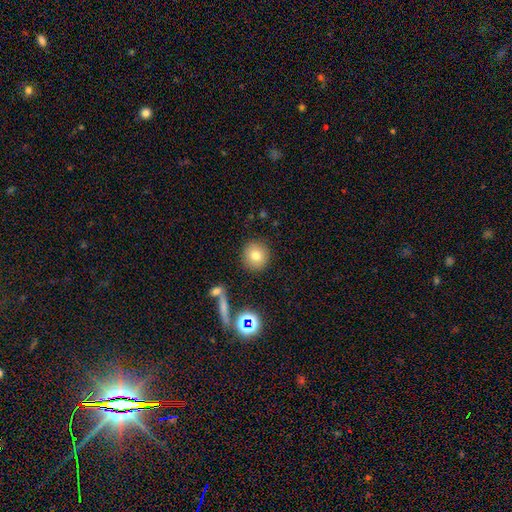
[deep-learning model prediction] Smooth or featured? smooth (76%)
How rounded? round (93%)
Merging? none (88%)